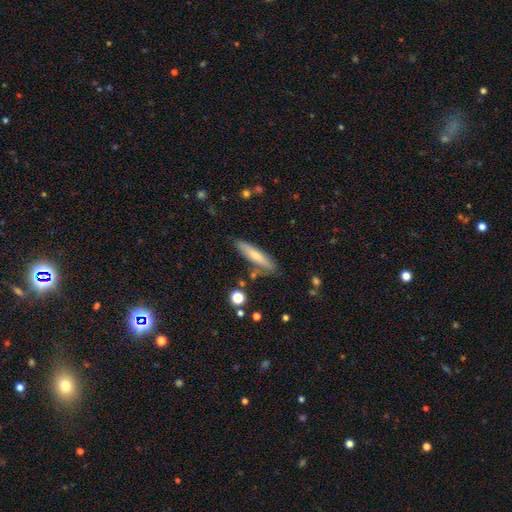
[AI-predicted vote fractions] Morphology: type=smooth (65%); roundness=cigar-shaped (82%); merging=none (80%).